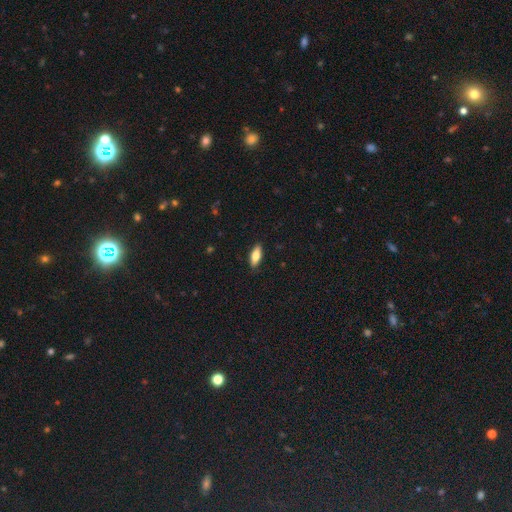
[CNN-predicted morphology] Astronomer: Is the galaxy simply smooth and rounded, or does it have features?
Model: smooth — 74%.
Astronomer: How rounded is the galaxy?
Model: in between — 72%.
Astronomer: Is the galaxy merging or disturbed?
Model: none — 89%.